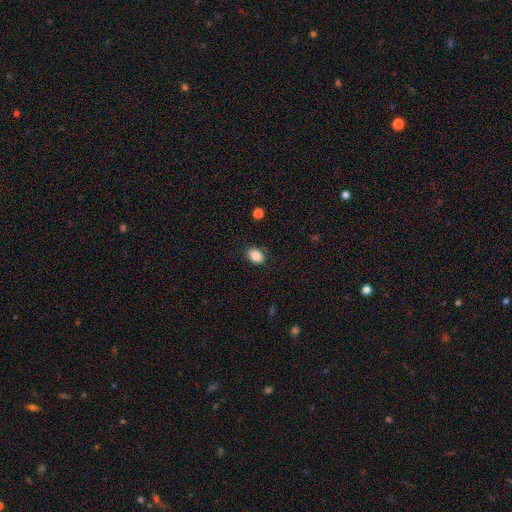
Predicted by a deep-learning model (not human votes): Smooth or featured?
  - smooth: 88% *
  - star or artifact: 8%
  - featured or disk: 4%
How rounded?
  - in between: 81% *
  - round: 18%
  - cigar-shaped: 1%
Merging?
  - none: 85% *
  - minor disturbance: 11%
  - major disturbance: 3%
  - merger: 1%